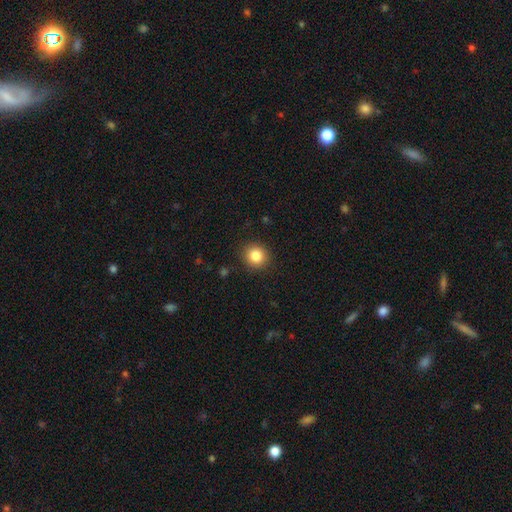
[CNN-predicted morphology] Smooth or featured? smooth (84%)
How rounded? round (90%)
Merging? none (90%)